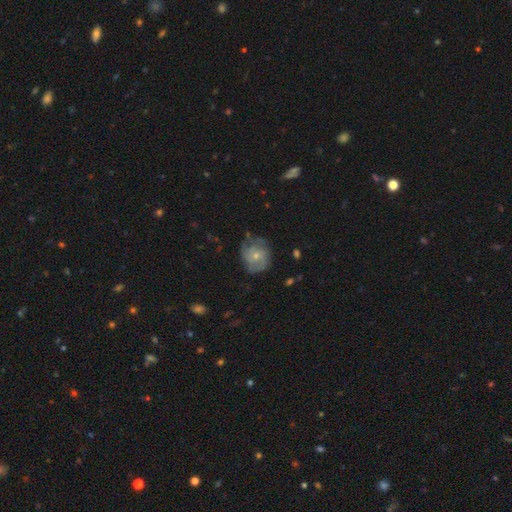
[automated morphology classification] Smooth or featured? featured or disk (56%)
Edge-on disk? no (97%)
Bar? no (78%)
Spiral arms? yes (75%)
Bulge size? small (60%)
Merging? none (58%)